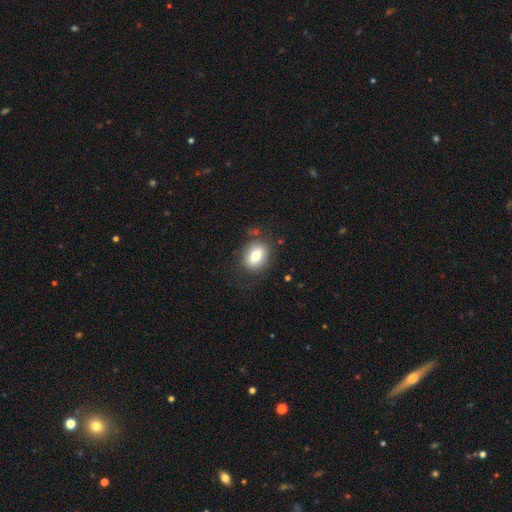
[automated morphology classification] Overall: smooth (78%). How rounded: in between (63%; round 36%). Merging: none (79%).